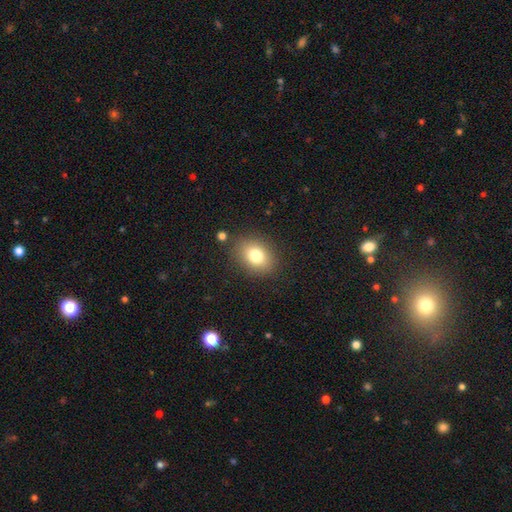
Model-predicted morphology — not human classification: Smooth or featured: smooth — 79% (star or artifact — 11%)
How rounded: in between — 64% (round — 35%)
Merging: none — 84% (minor disturbance — 10%)